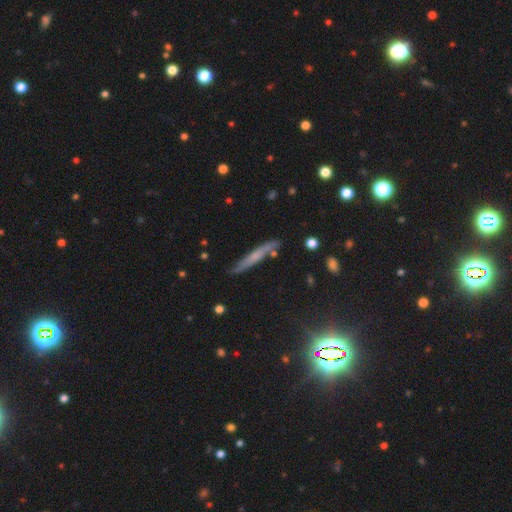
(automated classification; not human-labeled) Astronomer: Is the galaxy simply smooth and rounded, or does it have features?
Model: smooth — 46% (runner-up: featured or disk, 44%).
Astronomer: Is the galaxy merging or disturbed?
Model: none — 80%.